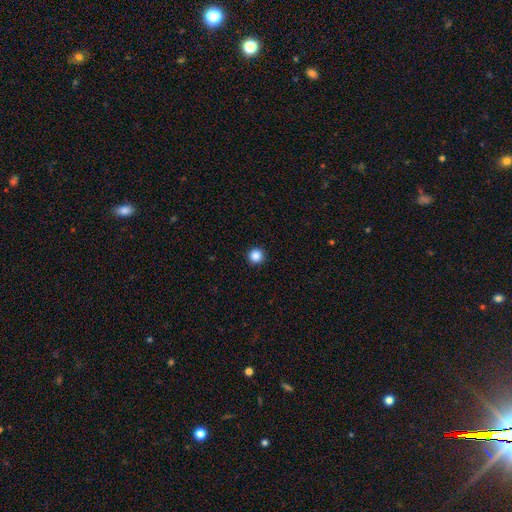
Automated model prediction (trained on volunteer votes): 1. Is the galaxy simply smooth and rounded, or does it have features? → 86% smooth, 11% star or artifact, 3% featured or disk.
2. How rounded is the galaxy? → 96% round, 3% in between, 1% cigar-shaped.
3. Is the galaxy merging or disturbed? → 94% none, 4% minor disturbance, 1% major disturbance, 1% merger.